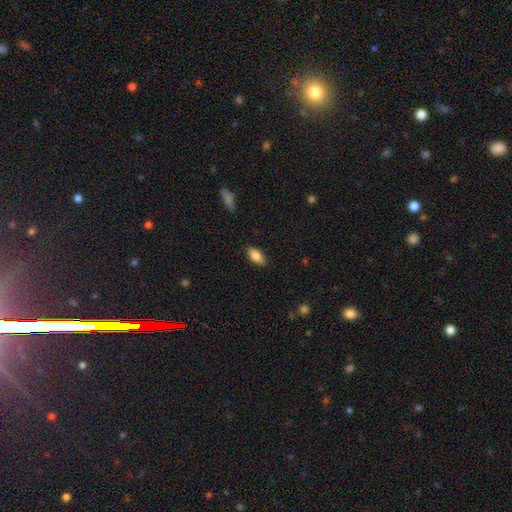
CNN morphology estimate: smooth_or_featured: smooth (p=0.85) [alt: featured or disk p=0.08]
how_rounded: in between (p=0.87) [alt: cigar-shaped p=0.11]
merging: none (p=0.85) [alt: minor disturbance p=0.12]